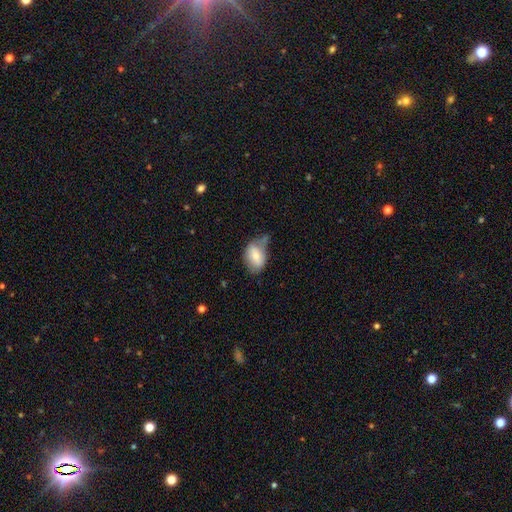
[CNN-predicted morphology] smooth 68%, featured or disk 25%, star or artifact 7%. Down the decision tree: how rounded — in between (81%); merging — minor disturbance (38%).